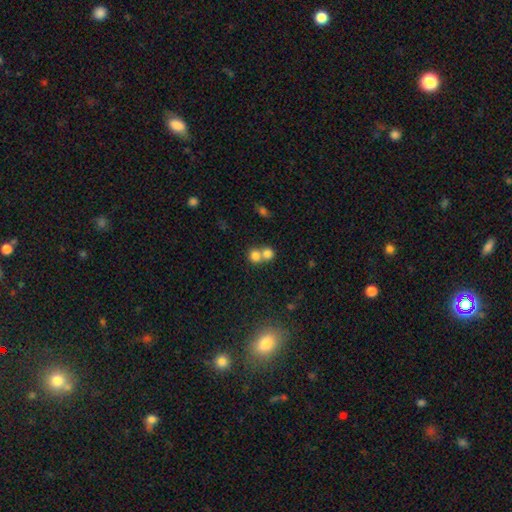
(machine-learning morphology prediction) The model was most divided on "merging": merger: 58%, none: 35%, minor disturbance: 5%, major disturbance: 2%. More confident: how rounded — round (82%); smooth or featured — smooth (78%).